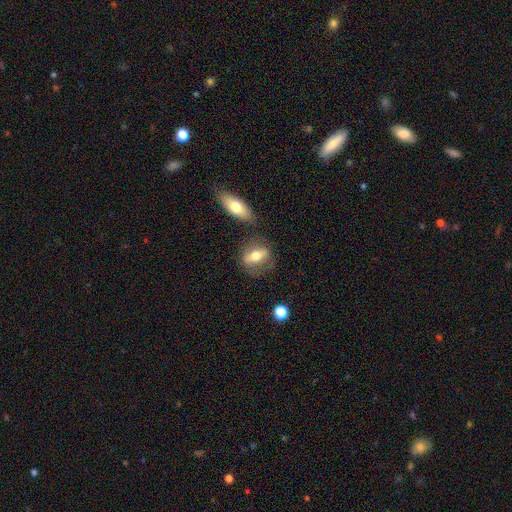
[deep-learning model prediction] Q: Smooth or featured?
A: smooth (55%); runner-up: featured or disk (38%)
Q: How rounded?
A: in between (69%); runner-up: round (16%)
Q: Merging?
A: none (68%); runner-up: minor disturbance (16%)